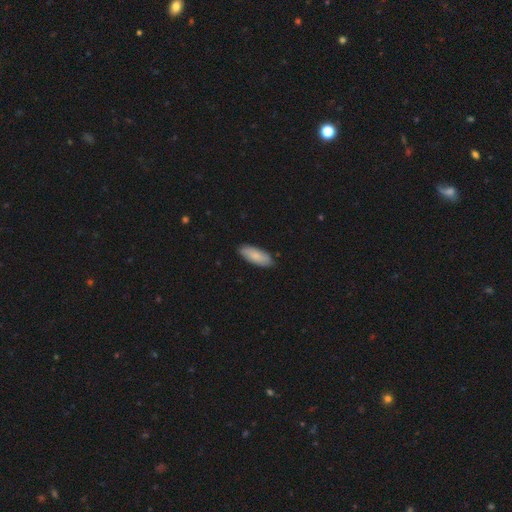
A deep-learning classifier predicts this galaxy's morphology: Smooth or featured? Predicted: smooth (p=0.82). How rounded? Predicted: in between (p=0.77). Merging? Predicted: none (p=0.87).